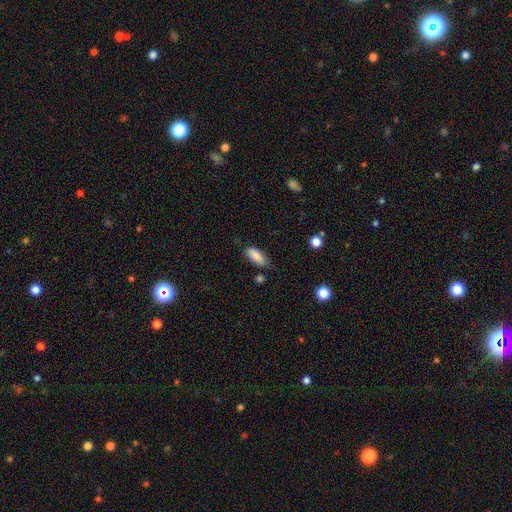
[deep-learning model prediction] The model was most divided on "merging": none: 73%, minor disturbance: 21%, major disturbance: 4%, merger: 3%. More confident: smooth or featured — smooth (87%); how rounded — in between (82%).